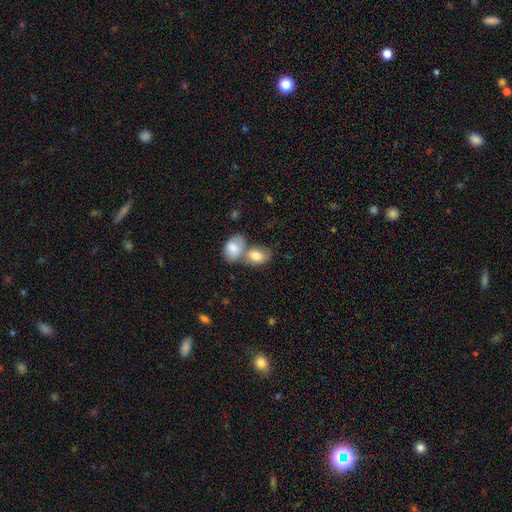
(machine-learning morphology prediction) Smooth or featured?
  - smooth: 79% *
  - featured or disk: 14%
  - star or artifact: 7%
How rounded?
  - in between: 81% *
  - round: 18%
  - cigar-shaped: 1%
Merging?
  - merger: 55% *
  - none: 29%
  - minor disturbance: 11%
  - major disturbance: 5%